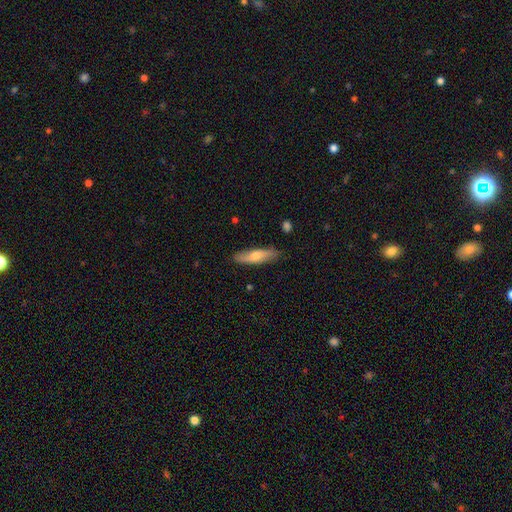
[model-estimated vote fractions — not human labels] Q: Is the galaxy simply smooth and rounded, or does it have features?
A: smooth — 60%.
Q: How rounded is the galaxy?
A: cigar-shaped — 64%.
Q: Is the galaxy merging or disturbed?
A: none — 85%.